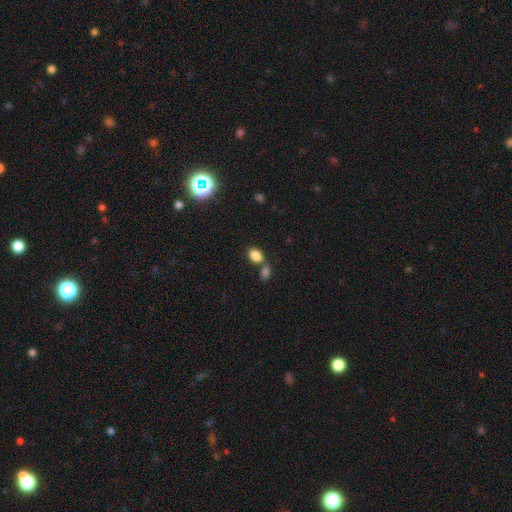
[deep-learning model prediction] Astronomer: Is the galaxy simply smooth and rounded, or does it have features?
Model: smooth — 83%.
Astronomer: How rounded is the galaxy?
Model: in between — 77%.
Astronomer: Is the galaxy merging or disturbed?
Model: none — 53% (runner-up: merger, 32%).